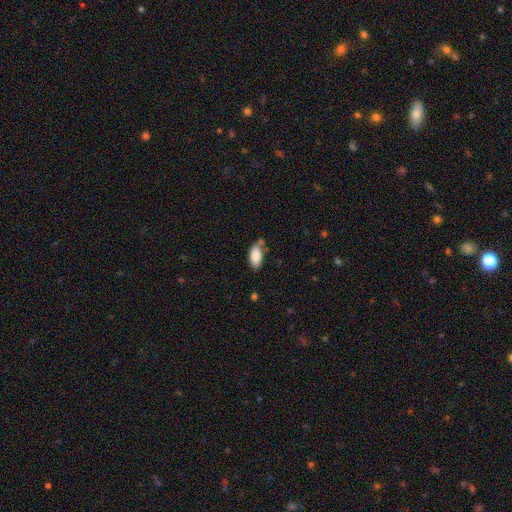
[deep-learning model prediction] smooth-or-featured: smooth: 84% | featured or disk: 9% | star or artifact: 7%
  how-rounded: in between: 91% | cigar-shaped: 7% | round: 2%
  merging: none: 61% | minor disturbance: 22% | merger: 11% | major disturbance: 5%